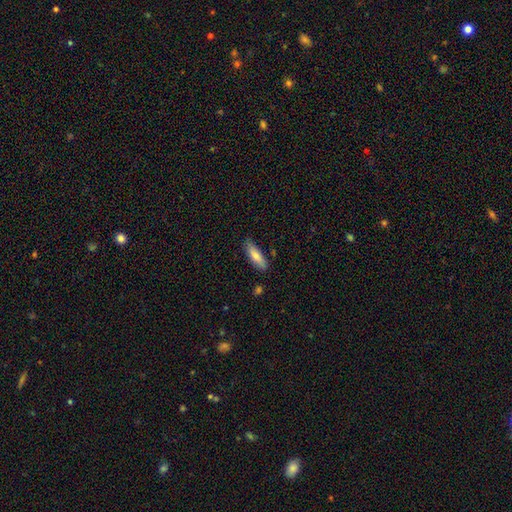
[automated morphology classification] This is likely a smooth galaxy (75%). How rounded: possibly cigar-shaped (52%). Merging: likely none (80%).